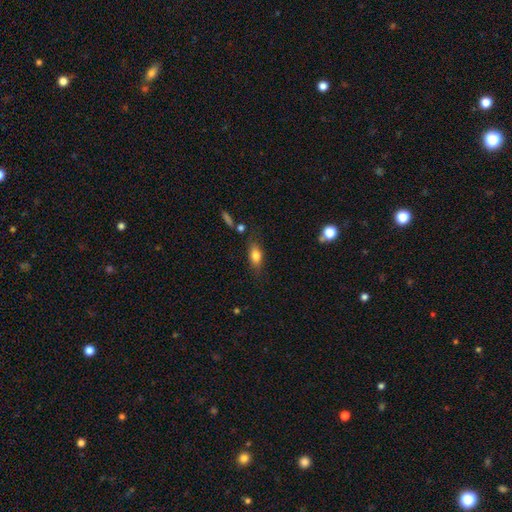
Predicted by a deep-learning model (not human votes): Smooth or featured? Predicted: smooth (p=0.79). How rounded? Predicted: in between (p=0.79). Merging? Predicted: none (p=0.74).